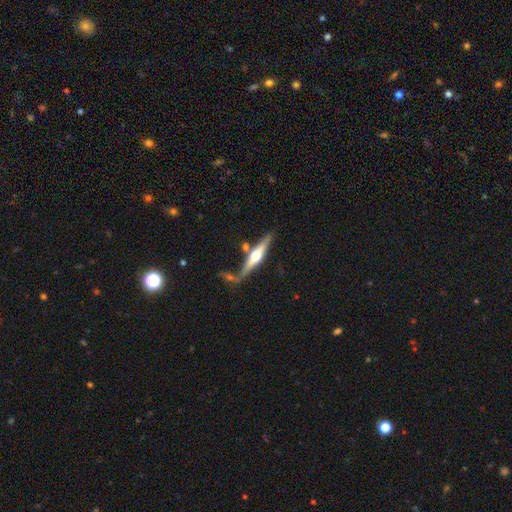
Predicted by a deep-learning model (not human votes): featured or disk 69%, smooth 26%, star or artifact 5%. Down the decision tree: edge-on disk — yes (95%); edge-on bulge — rounded (93%); merging — none (64%).